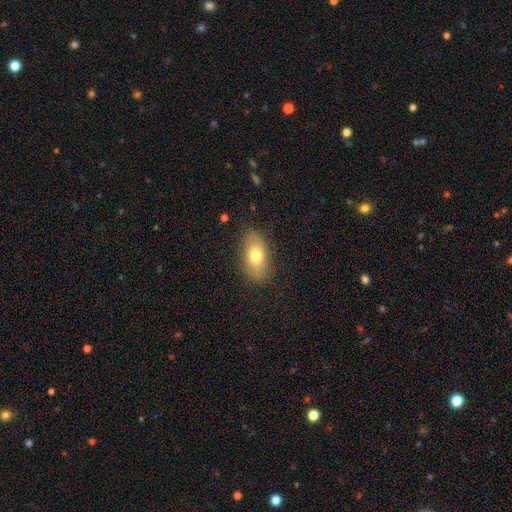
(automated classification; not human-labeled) Smooth or featured: smooth — 73% (featured or disk — 19%)
How rounded: in between — 87% (round — 7%)
Merging: none — 83% (minor disturbance — 12%)